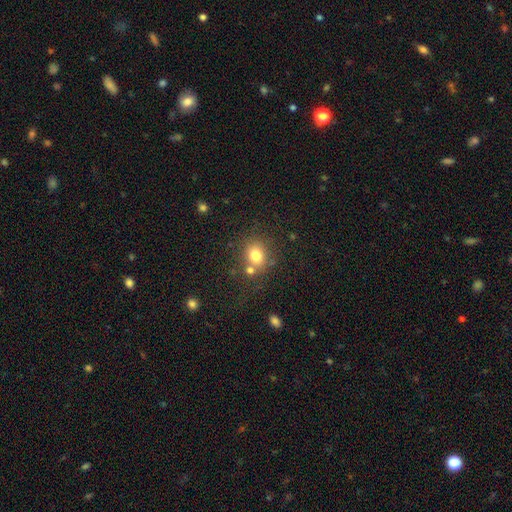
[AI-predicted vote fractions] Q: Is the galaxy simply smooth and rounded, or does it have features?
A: smooth — 77%.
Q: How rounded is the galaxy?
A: round — 64%.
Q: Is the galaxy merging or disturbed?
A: none — 63%.